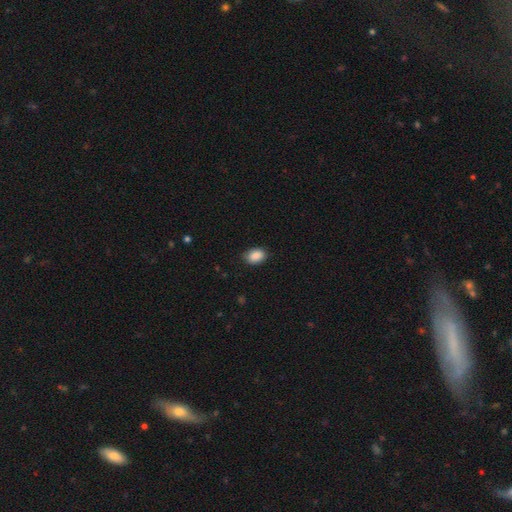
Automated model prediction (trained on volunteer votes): This is clearly a smooth galaxy (90%). How rounded: clearly in between (84%). Merging: clearly none (85%).